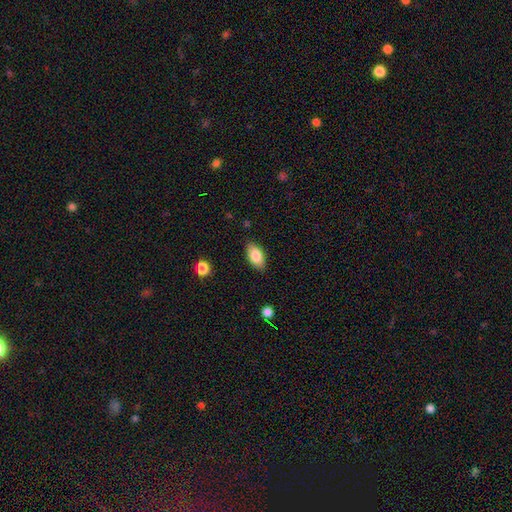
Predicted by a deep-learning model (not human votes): A smooth galaxy with no disk features (83%) that is in between round and cigar-shaped (93%).

Vote fractions:
- Smooth or featured? smooth: 83% / featured or disk: 10% / star or artifact: 7%
- How rounded? in between: 93% / round: 4% / cigar-shaped: 3%
- Merging? none: 85% / minor disturbance: 11% / major disturbance: 2% / merger: 1%